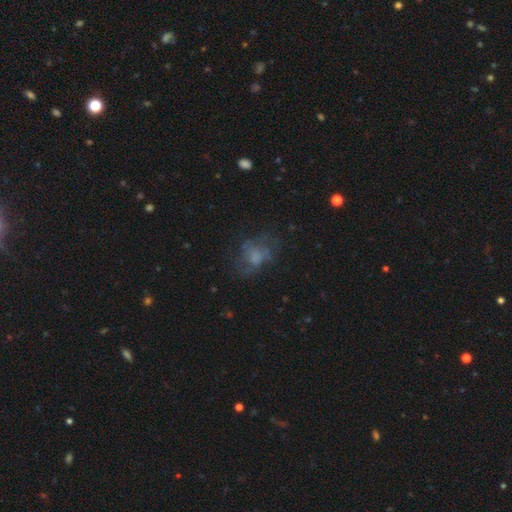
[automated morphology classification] smooth-or-featured: smooth: 46% | featured or disk: 38% | star or artifact: 16%
  merging: none: 49% | major disturbance: 28% | minor disturbance: 21% | merger: 2%